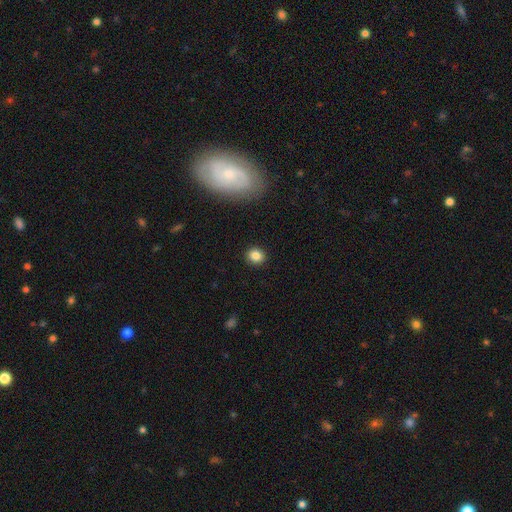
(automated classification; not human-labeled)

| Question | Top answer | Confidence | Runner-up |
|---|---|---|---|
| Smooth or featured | smooth | 85% | star or artifact (10%) |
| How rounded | round | 75% | in between (24%) |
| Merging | none | 91% | minor disturbance (6%) |